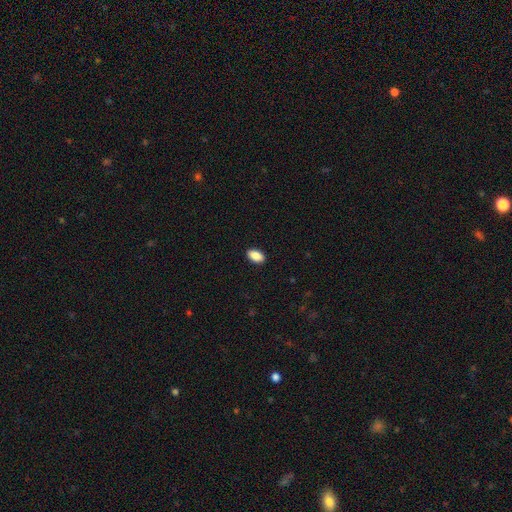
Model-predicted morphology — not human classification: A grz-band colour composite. It shows a smooth galaxy with no disk features (89%) that is in between round and cigar-shaped (93%). Merging: none (90%).